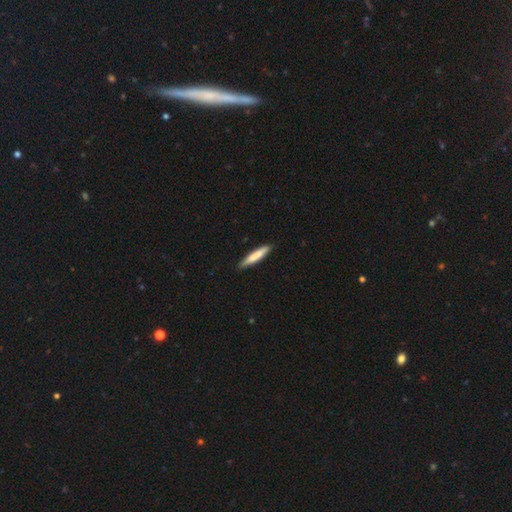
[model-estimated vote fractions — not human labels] Q: Smooth or featured?
A: smooth (79%); runner-up: featured or disk (16%)
Q: How rounded?
A: cigar-shaped (90%); runner-up: in between (8%)
Q: Merging?
A: none (88%); runner-up: minor disturbance (9%)